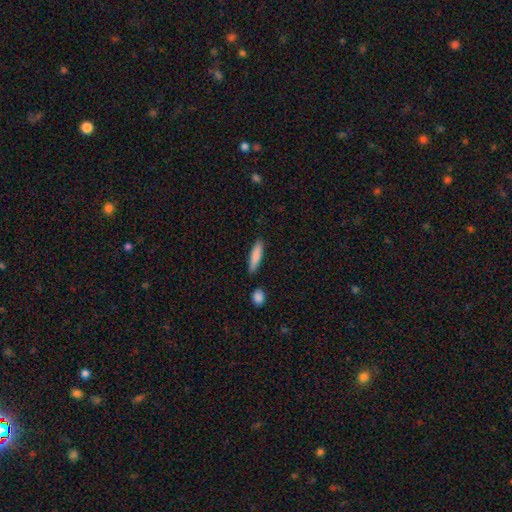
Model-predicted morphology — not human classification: smooth_or_featured: smooth (p=0.84) [alt: featured or disk p=0.10]
how_rounded: cigar-shaped (p=0.77) [alt: in between p=0.21]
merging: none (p=0.85) [alt: minor disturbance p=0.10]